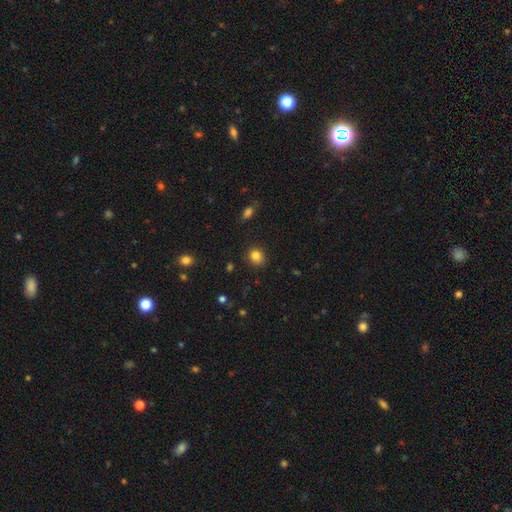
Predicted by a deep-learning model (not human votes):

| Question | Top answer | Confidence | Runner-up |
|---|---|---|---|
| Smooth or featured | smooth | 83% | star or artifact (11%) |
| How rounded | round | 73% | in between (26%) |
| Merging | none | 85% | minor disturbance (11%) |